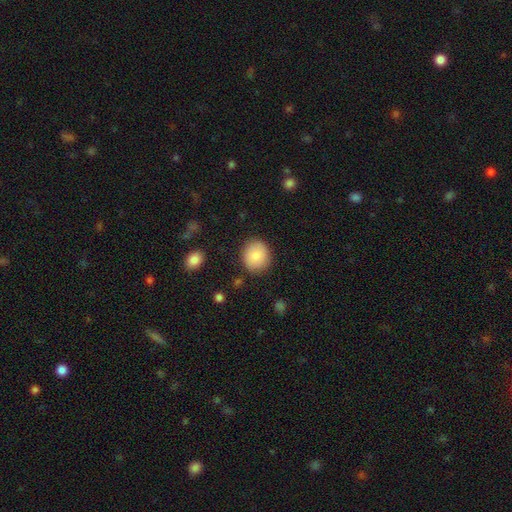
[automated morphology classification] smooth 85%, featured or disk 8%, star or artifact 7%. Down the decision tree: how rounded — round (76%); merging — none (86%).